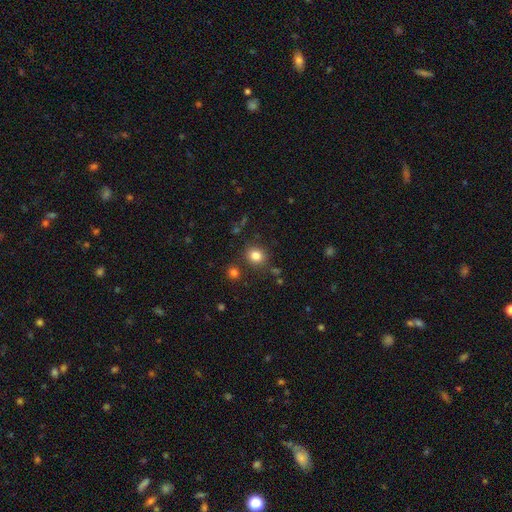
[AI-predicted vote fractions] The model was most divided on "how rounded": round: 71%, in between: 28%, cigar-shaped: 1%. More confident: smooth or featured — smooth (82%); merging — none (82%).